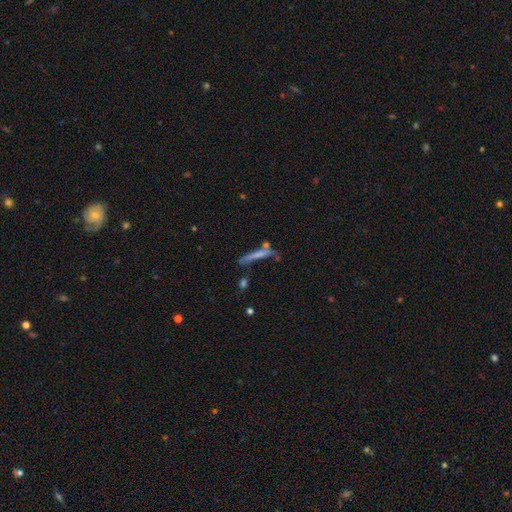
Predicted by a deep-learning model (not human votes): This appears to be a featured or disk galaxy (43%). Merging: none (55%).